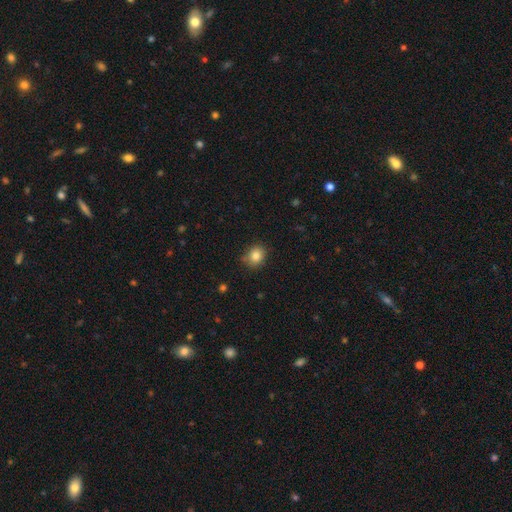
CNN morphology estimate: smooth_or_featured: smooth (p=0.83) [alt: star or artifact p=0.10]
how_rounded: round (p=0.67) [alt: in between p=0.32]
merging: none (p=0.79) [alt: minor disturbance p=0.16]